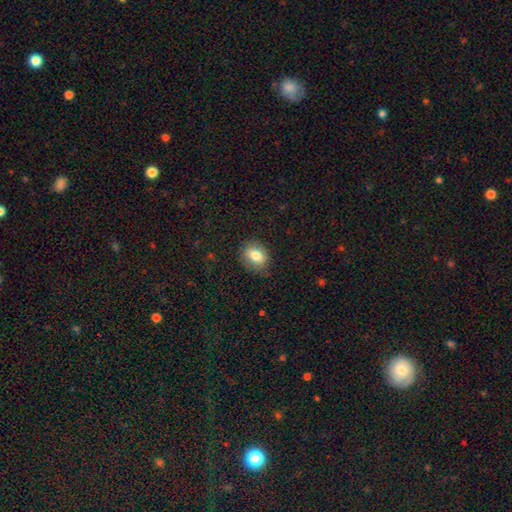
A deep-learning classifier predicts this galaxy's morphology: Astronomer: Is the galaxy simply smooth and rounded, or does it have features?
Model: smooth — 78%.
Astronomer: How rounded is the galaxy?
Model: in between — 60% (runner-up: round, 38%).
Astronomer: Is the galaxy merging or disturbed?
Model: none — 79%.